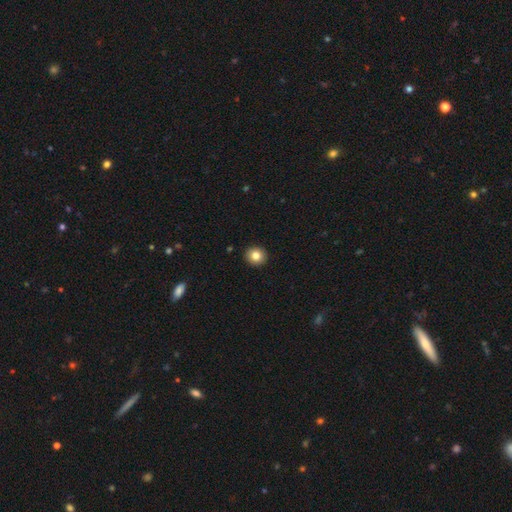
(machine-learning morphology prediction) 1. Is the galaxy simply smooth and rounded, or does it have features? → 83% smooth, 10% star or artifact, 8% featured or disk.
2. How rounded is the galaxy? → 88% round, 11% in between, 1% cigar-shaped.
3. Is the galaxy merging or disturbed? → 93% none, 5% minor disturbance, 1% major disturbance, 1% merger.